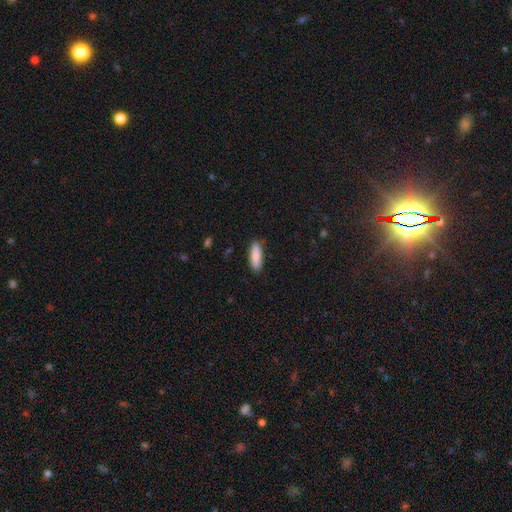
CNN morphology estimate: Smooth or featured? Predicted: smooth (p=0.88). How rounded? Predicted: in between (p=0.55). Merging? Predicted: none (p=0.86).